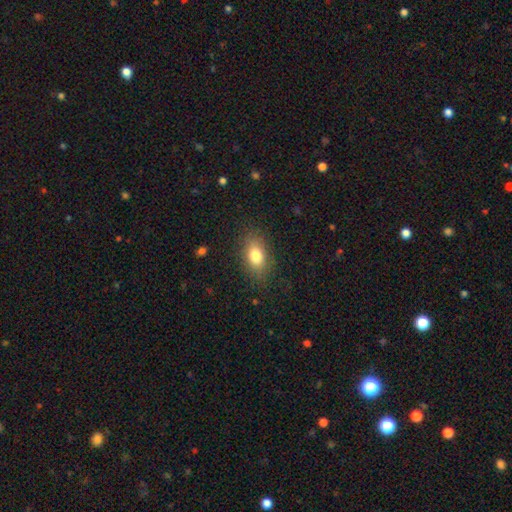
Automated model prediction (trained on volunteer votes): smooth-or-featured: smooth: 80% | featured or disk: 11% | star or artifact: 9%
  how-rounded: in between: 83% | round: 14% | cigar-shaped: 3%
  merging: none: 83% | minor disturbance: 12% | major disturbance: 4% | merger: 1%